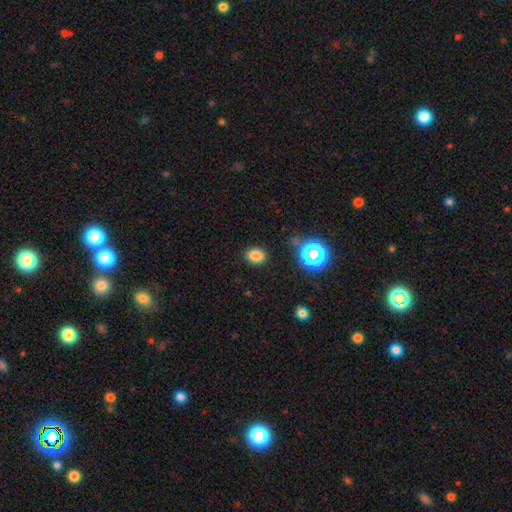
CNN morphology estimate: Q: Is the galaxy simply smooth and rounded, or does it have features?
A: smooth — 79%.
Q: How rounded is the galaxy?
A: in between — 67%.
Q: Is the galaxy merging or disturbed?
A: none — 86%.